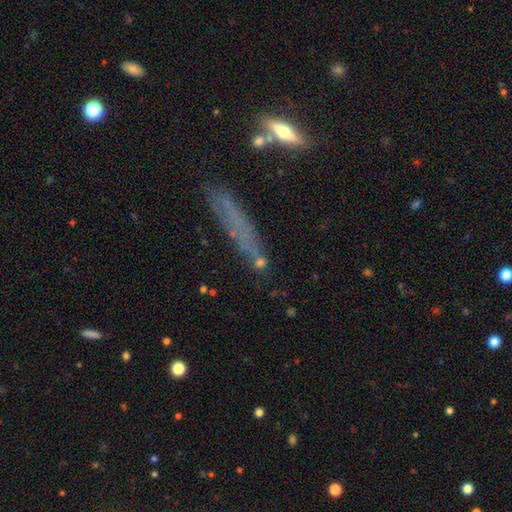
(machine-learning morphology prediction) This appears to be a smooth galaxy with no disk features (50%). Merging: none (66%).